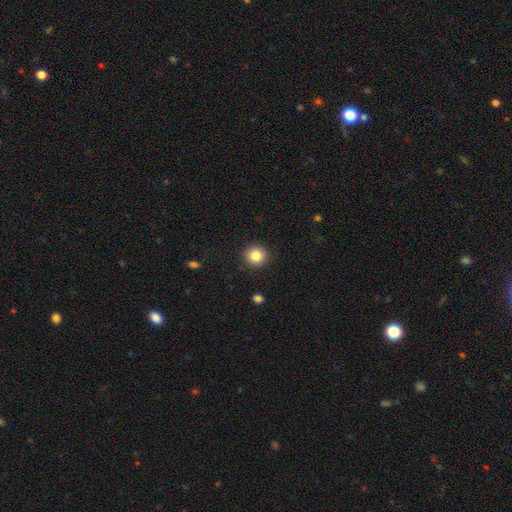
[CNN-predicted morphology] A smooth galaxy with no disk features (84%) that is round (93%). Merging: none (91%).